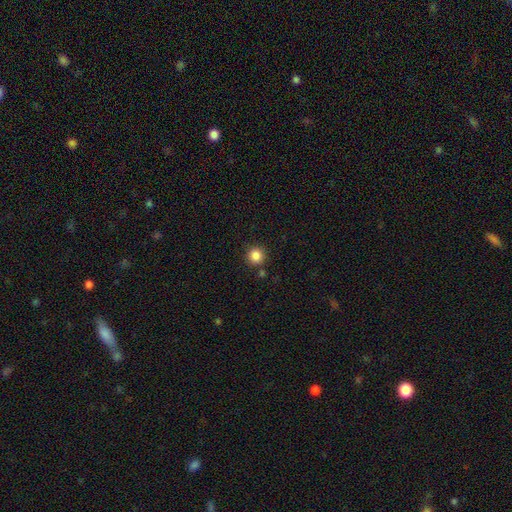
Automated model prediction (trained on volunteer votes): Smooth or featured? smooth (85%)
How rounded? round (95%)
Merging? none (87%)